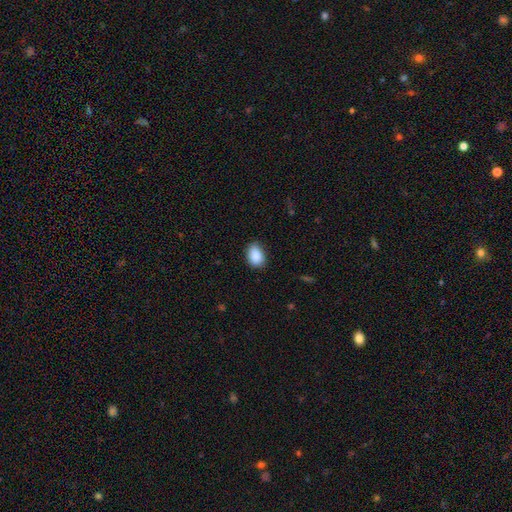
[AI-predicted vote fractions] A smooth galaxy with no disk features (89%) that is in between round and cigar-shaped (79%).

Vote fractions:
- Smooth or featured? smooth: 89% / star or artifact: 7% / featured or disk: 4%
- How rounded? in between: 79% / round: 19% / cigar-shaped: 1%
- Merging? none: 77% / minor disturbance: 19% / major disturbance: 3% / merger: 1%